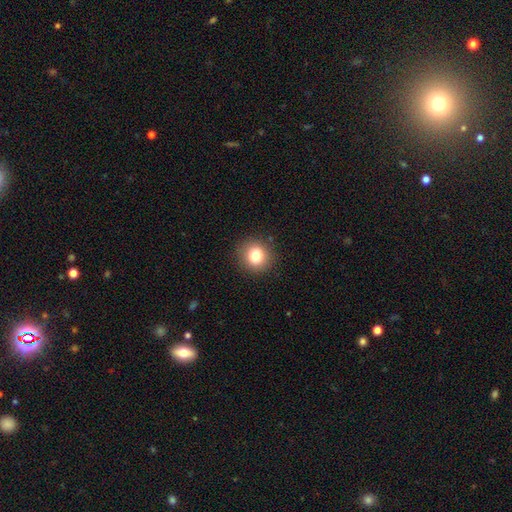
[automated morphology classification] smooth 81%, star or artifact 11%, featured or disk 8%. Down the decision tree: how rounded — round (87%); merging — none (90%).